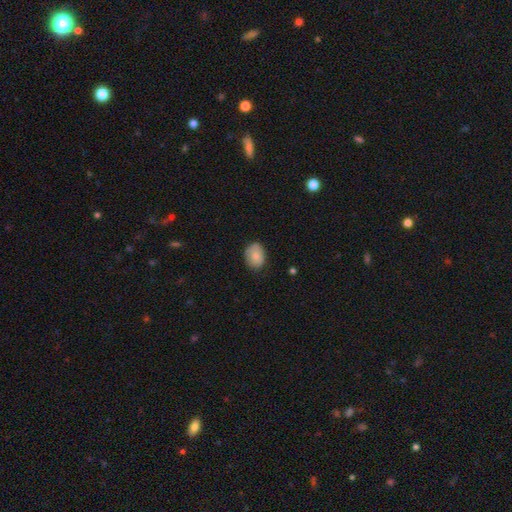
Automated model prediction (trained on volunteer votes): Smooth or featured?
  - smooth: 80% *
  - featured or disk: 12%
  - star or artifact: 7%
How rounded?
  - in between: 58% *
  - round: 41%
  - cigar-shaped: 1%
Merging?
  - none: 74% *
  - minor disturbance: 21%
  - major disturbance: 4%
  - merger: 1%